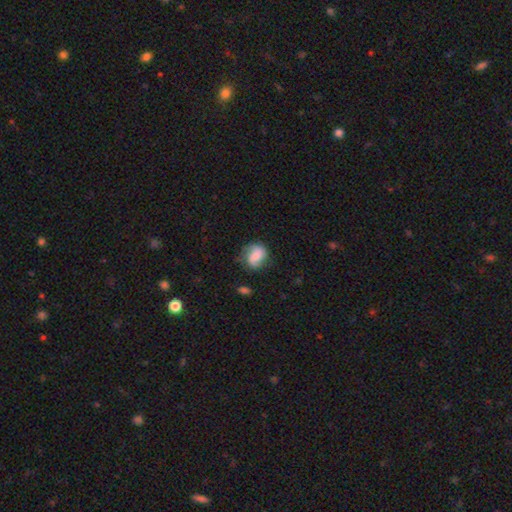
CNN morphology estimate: Q: Smooth or featured?
A: smooth (47%); runner-up: featured or disk (45%)
Q: Merging?
A: none (61%); runner-up: minor disturbance (25%)